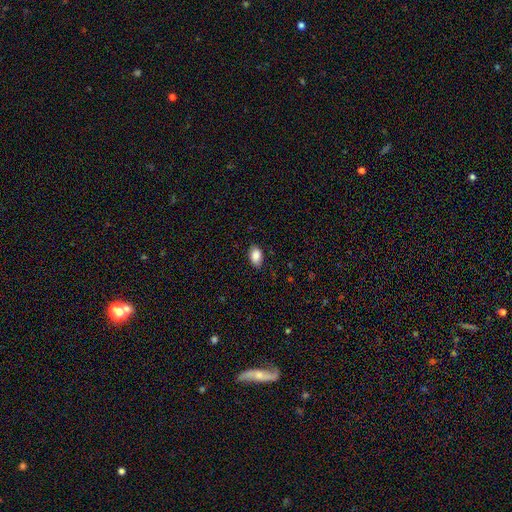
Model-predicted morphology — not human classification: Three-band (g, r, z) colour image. It shows a smooth galaxy with no disk features (87%) that is in between round and cigar-shaped (90%). Merging: none (84%).